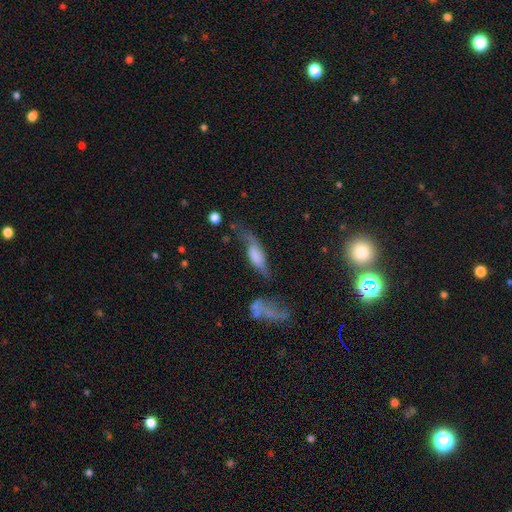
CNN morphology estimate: smooth-or-featured: smooth: 49% | featured or disk: 43% | star or artifact: 8%
  merging: none: 34% | minor disturbance: 29% | major disturbance: 27% | merger: 10%